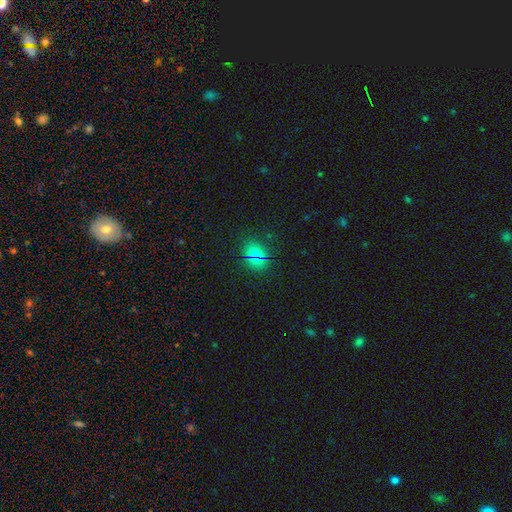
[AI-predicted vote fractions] Morphology: type=smooth (67%); roundness=round (67%); merging=none (88%).